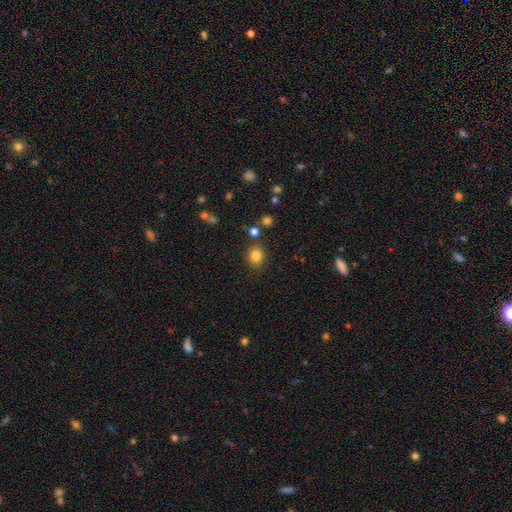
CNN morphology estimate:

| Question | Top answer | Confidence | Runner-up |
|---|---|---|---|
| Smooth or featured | smooth | 83% | star or artifact (11%) |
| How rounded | round | 70% | in between (29%) |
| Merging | none | 82% | minor disturbance (10%) |